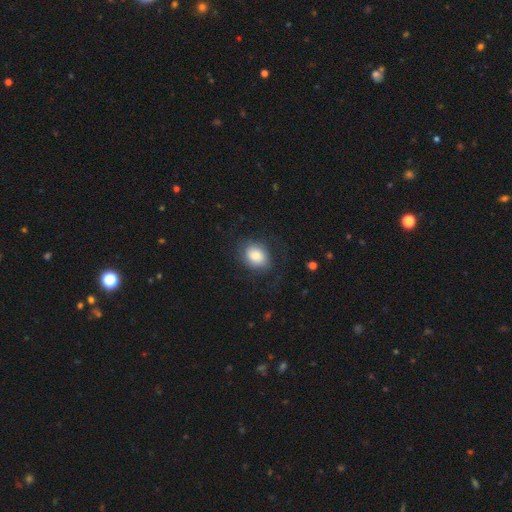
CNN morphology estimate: This appears to be a smooth galaxy with no disk features (75%) that is in between round and cigar-shaped (61%). Merging: none (68%).